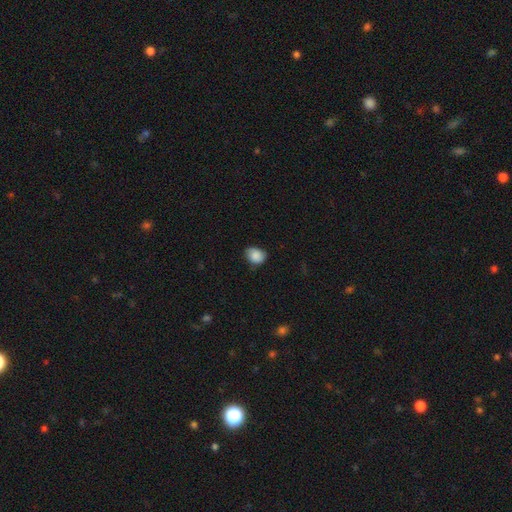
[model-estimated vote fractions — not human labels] Overall: smooth (84%). How rounded: in between (55%; round 44%). Merging: none (70%).